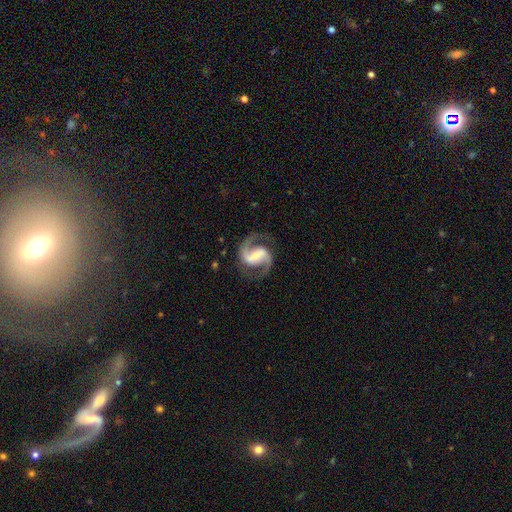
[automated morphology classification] Smooth or featured: featured or disk — 93% (star or artifact — 4%)
Edge-on disk: no — 98% (yes — 2%)
Bar: strong — 42% (weak — 38%)
Spiral arms: yes — 98% (no — 2%)
Spiral winding: medium — 63% (loose — 22%)
Spiral arm count: 2 — 94% (1 — 2%)
Bulge size: small — 47% (moderate — 44%)
Merging: none — 82% (minor disturbance — 11%)